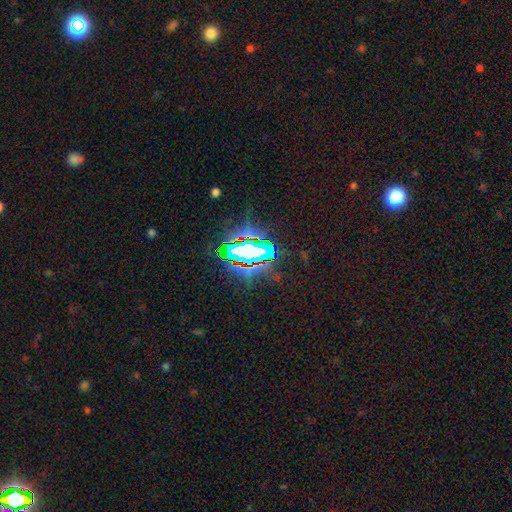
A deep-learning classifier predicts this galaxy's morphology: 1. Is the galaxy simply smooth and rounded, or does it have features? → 65% star or artifact, 19% smooth, 16% featured or disk.